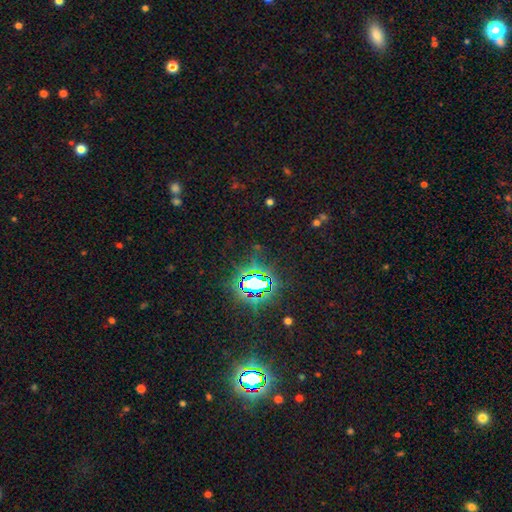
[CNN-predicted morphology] This appears to be a star or artifact, not a galaxy (81%).